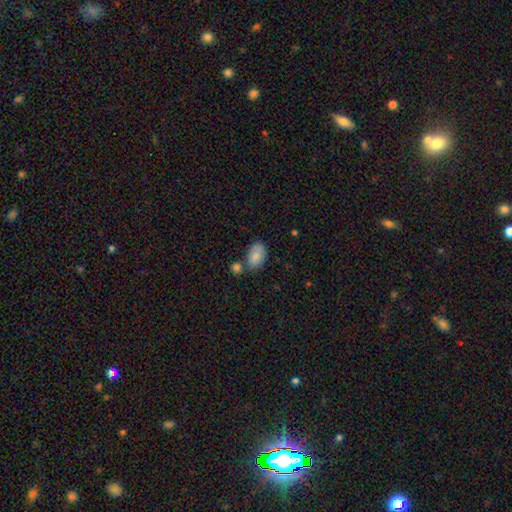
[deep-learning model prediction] Smooth or featured? Predicted: smooth (p=0.84). How rounded? Predicted: in between (p=0.90). Merging? Predicted: none (p=0.53).